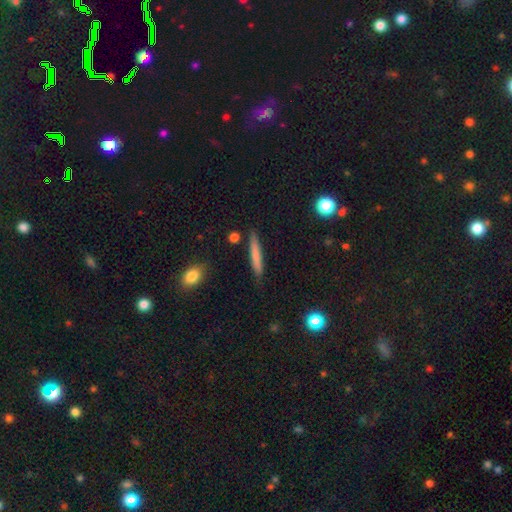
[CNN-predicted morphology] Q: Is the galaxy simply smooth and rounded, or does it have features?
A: smooth — 72%.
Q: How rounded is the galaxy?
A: cigar-shaped — 94%.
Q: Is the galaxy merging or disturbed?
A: none — 85%.